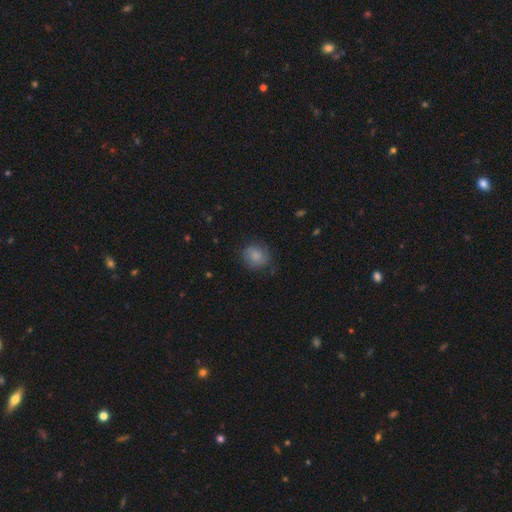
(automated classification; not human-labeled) This is likely a smooth galaxy (80%). How rounded: likely round (75%). Merging: likely none (71%).